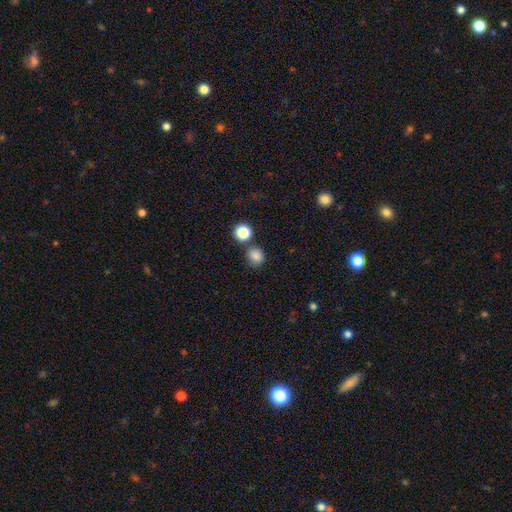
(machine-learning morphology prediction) The model was most divided on "merging": none: 73%, merger: 12%, minor disturbance: 11%, major disturbance: 3%. More confident: smooth or featured — smooth (84%); how rounded — round (82%).